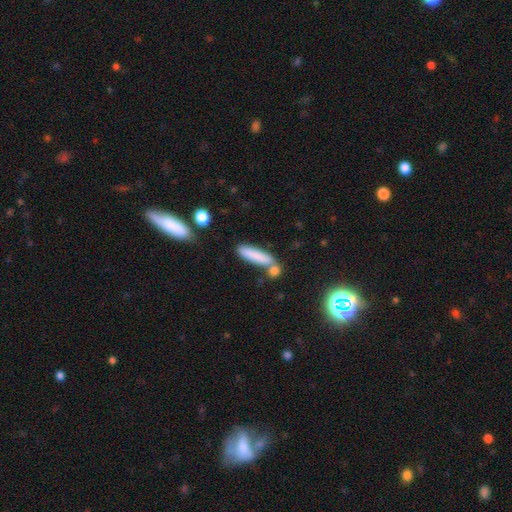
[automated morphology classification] Smooth or featured? smooth (81%)
How rounded? cigar-shaped (76%)
Merging? none (59%)